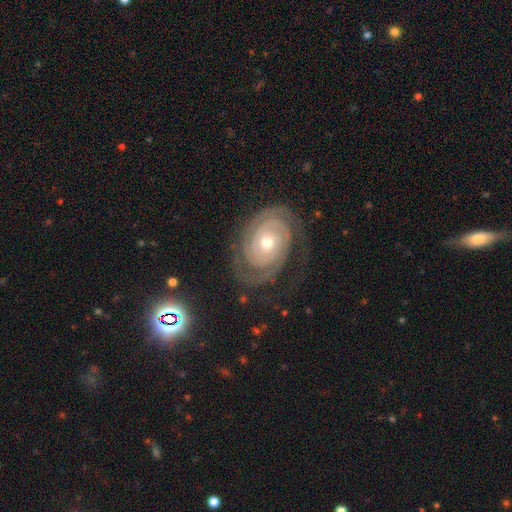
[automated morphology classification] This is likely a featured or disk galaxy (66%). It is clearly not viewed edge-on (95%). Bar: likely no (79%). Spiral arm pattern: clearly yes (81%). Spiral arm count: possibly can't tell (45%). Spiral winding: likely tight (76%). Central bulge: possibly moderate (53%). Merging: likely none (78%).